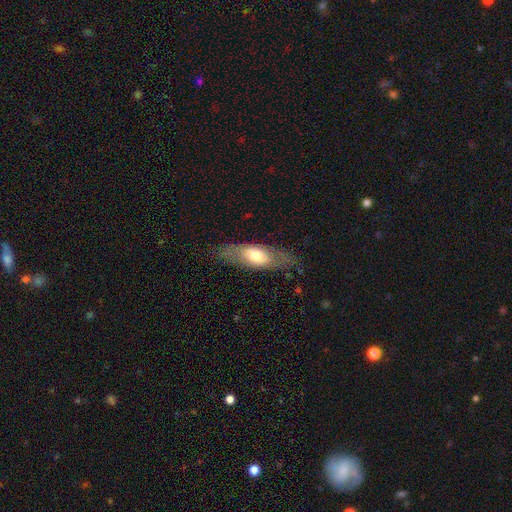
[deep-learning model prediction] Smooth or featured: smooth — 53% (featured or disk — 40%)
How rounded: in between — 69% (cigar-shaped — 27%)
Merging: none — 75% (minor disturbance — 17%)